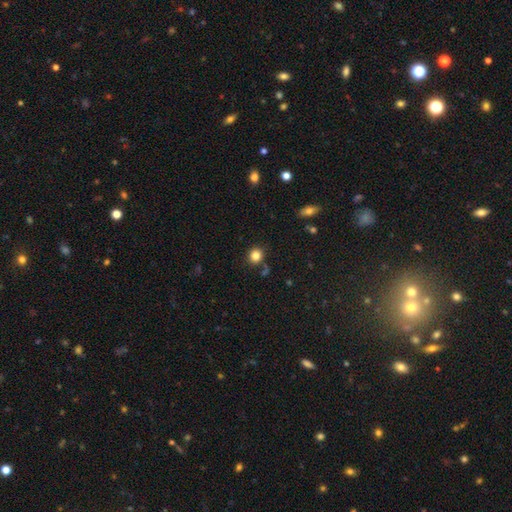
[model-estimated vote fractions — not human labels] This appears to be a smooth galaxy with no disk features (83%) that is round (85%). Merging: none (81%).